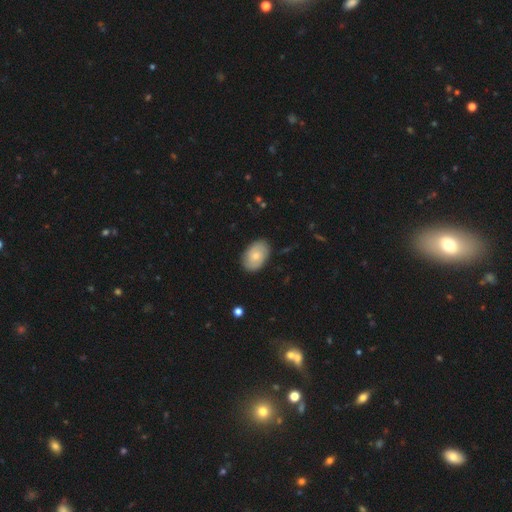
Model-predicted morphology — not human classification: smooth-or-featured: smooth: 58% | featured or disk: 36% | star or artifact: 6%
  how-rounded: in between: 87% | round: 12% | cigar-shaped: 1%
  merging: none: 84% | minor disturbance: 12% | major disturbance: 3% | merger: 1%